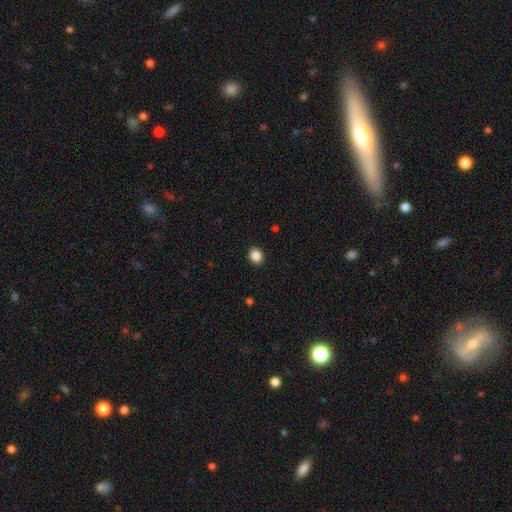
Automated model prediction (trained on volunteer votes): The model was most divided on "how rounded": round: 68%, in between: 32%, cigar-shaped: 1%. More confident: merging — none (91%); smooth or featured — smooth (87%).